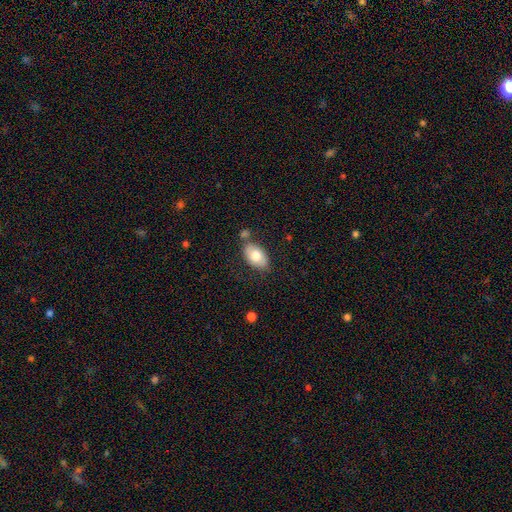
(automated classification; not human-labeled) Smooth or featured?
  - smooth: 75% *
  - featured or disk: 19%
  - star or artifact: 6%
How rounded?
  - in between: 92% *
  - round: 6%
  - cigar-shaped: 2%
Merging?
  - none: 70% *
  - minor disturbance: 17%
  - merger: 9%
  - major disturbance: 4%